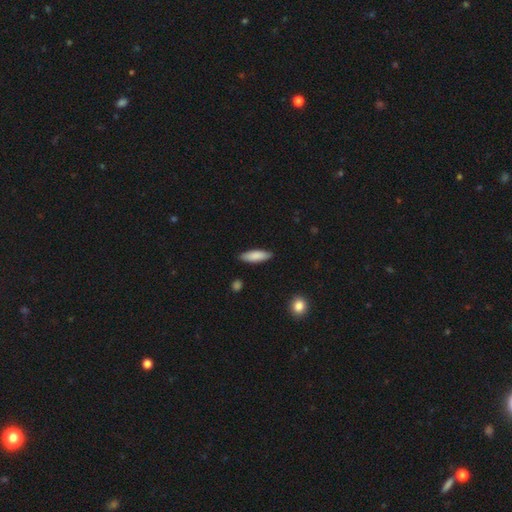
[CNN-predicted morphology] Q: Smooth or featured?
A: smooth (85%); runner-up: featured or disk (9%)
Q: How rounded?
A: cigar-shaped (50%); runner-up: in between (48%)
Q: Merging?
A: none (88%); runner-up: minor disturbance (9%)